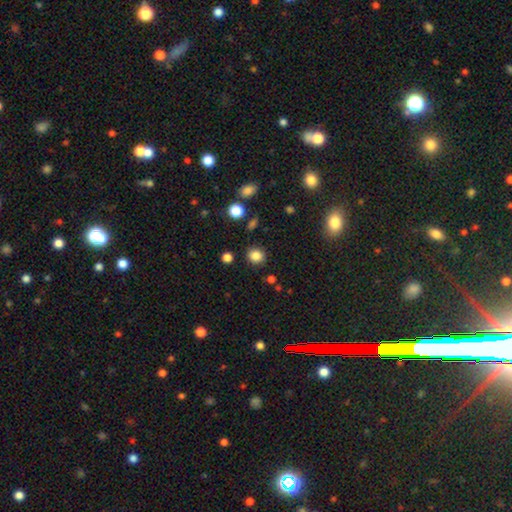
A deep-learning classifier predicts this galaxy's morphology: smooth_or_featured: smooth (p=0.84) [alt: star or artifact p=0.12]
how_rounded: round (p=0.81) [alt: in between p=0.18]
merging: none (p=0.87) [alt: minor disturbance p=0.08]